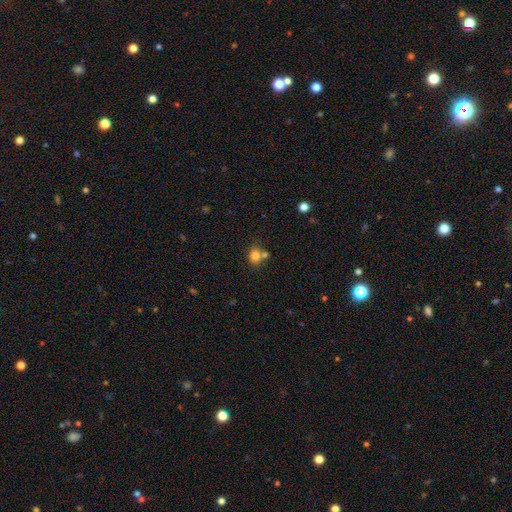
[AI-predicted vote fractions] This appears to be a smooth galaxy with no disk features (79%) that is round (58%). Merging: none (58%).